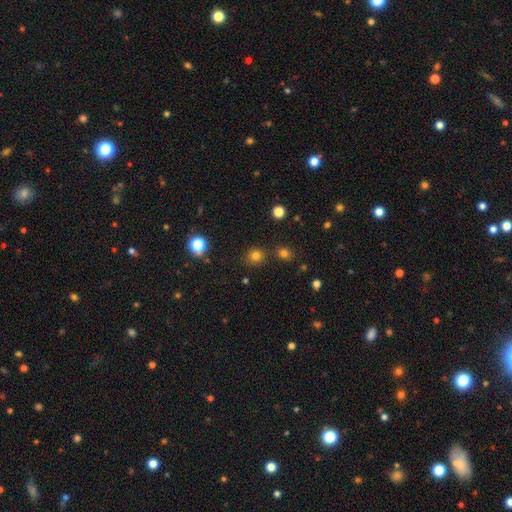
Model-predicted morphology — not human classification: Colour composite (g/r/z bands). It shows a smooth galaxy with no disk features (78%) that is round (90%). Merging: none (83%).